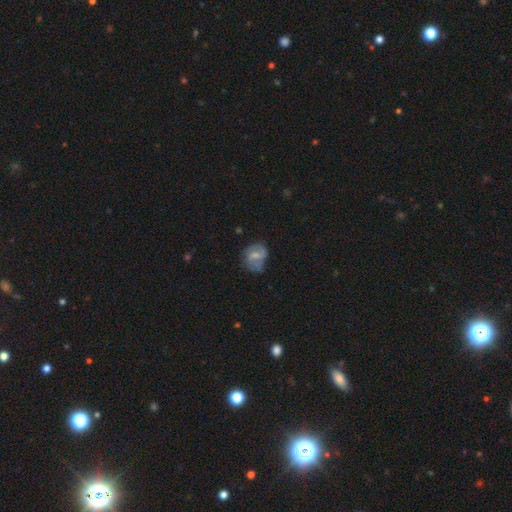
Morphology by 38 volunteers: This appears to be a featured or disk galaxy (50%) with no bar (50%), 2 (60%) medium (50%) spiral arms (56%) and a moderate central bulge (61%). Merging: minor disturbance (40%).